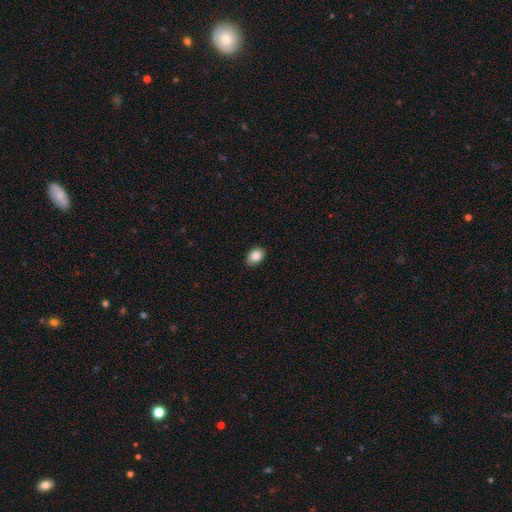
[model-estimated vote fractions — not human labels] Smooth or featured? Predicted: smooth (p=0.86). How rounded? Predicted: in between (p=0.81). Merging? Predicted: none (p=0.88).